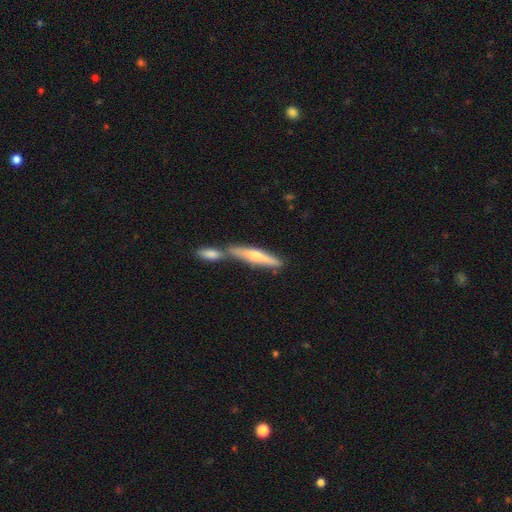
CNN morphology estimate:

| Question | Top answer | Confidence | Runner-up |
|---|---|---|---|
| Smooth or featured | smooth | 49% | featured or disk (45%) |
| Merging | none | 46% | merger (41%) |